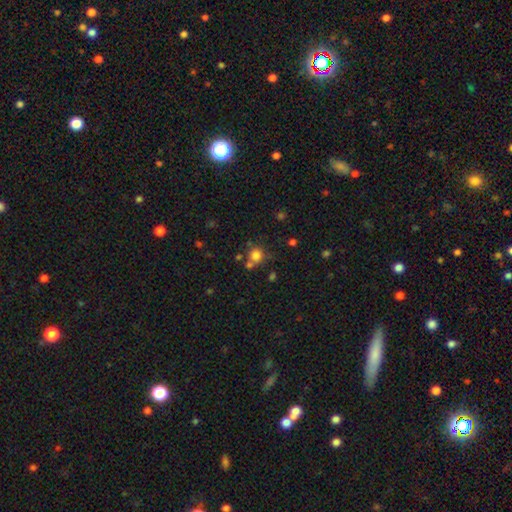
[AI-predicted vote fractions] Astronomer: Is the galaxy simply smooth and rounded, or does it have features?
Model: smooth — 77%.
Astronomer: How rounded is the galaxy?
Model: round — 86%.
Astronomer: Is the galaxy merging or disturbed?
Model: none — 60%.